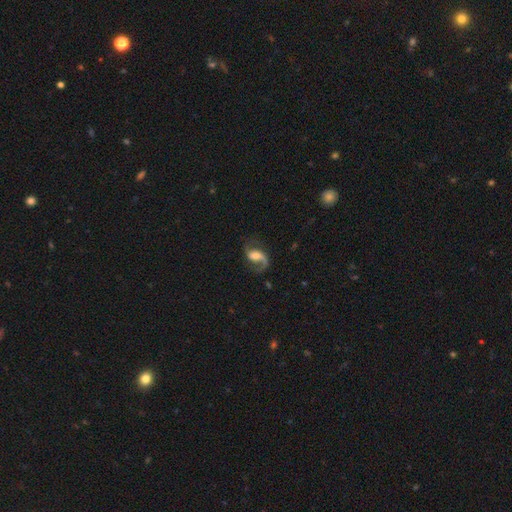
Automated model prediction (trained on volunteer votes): smooth-or-featured: featured or disk: 83% | smooth: 11% | star or artifact: 6%
  disk-edge-on: no: 97% | yes: 3%
    bar: weak: 43% | no: 36% | strong: 21%
    has-spiral-arms: yes: 95% | no: 5%
      spiral-winding: loose: 56% | medium: 36% | tight: 8%
      spiral-arm-count: 2: 70% | 1: 25% | can't tell: 2% | 3: 1% | 4: 1% | more than 4: 1%
    bulge-size: moderate: 51% | small: 28% | large: 13% | none: 6% | dominant: 2%
  merging: none: 62% | minor disturbance: 18% | major disturbance: 18% | merger: 2%